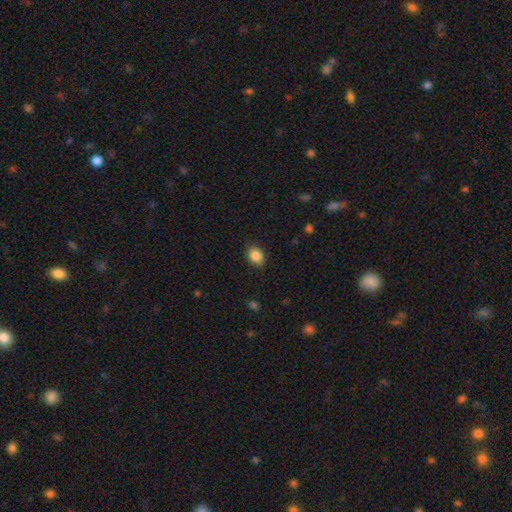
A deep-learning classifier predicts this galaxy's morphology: A smooth galaxy with no disk features (86%) that is in between round and cigar-shaped (58%). Merging: none (86%).